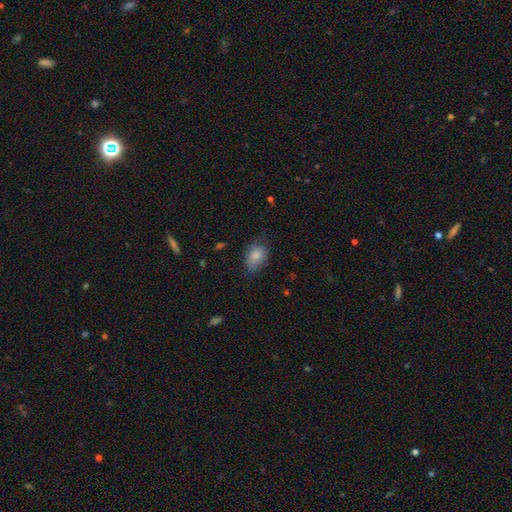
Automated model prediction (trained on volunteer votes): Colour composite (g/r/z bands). It shows a smooth galaxy with no disk features (83%) that is in between round and cigar-shaped (75%). Merging: none (60%).